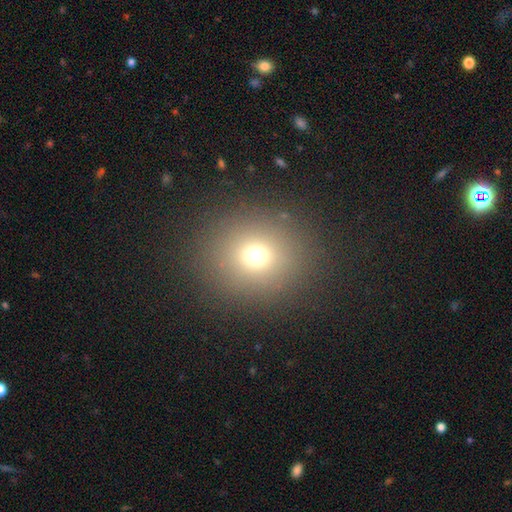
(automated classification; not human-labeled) Smooth or featured? smooth (70%)
How rounded? round (85%)
Merging? none (88%)